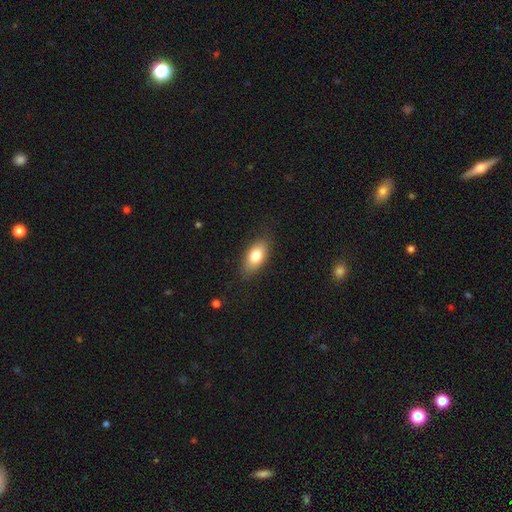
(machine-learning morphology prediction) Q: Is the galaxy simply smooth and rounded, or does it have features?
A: smooth — 79%.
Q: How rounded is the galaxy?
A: in between — 89%.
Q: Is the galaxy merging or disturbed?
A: none — 84%.